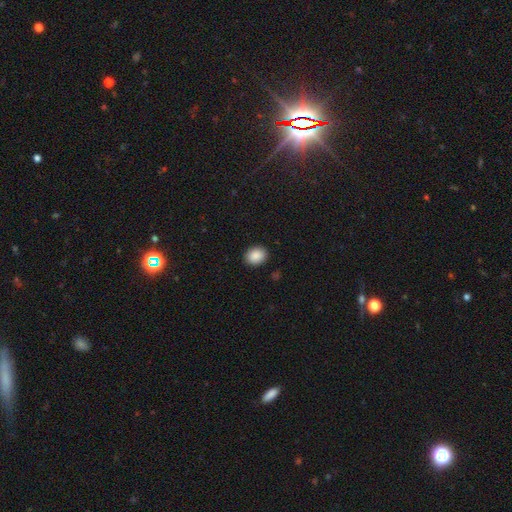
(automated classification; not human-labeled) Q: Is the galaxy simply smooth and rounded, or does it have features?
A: smooth — 89%.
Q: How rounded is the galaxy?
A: in between — 56%.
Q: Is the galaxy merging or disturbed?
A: none — 90%.